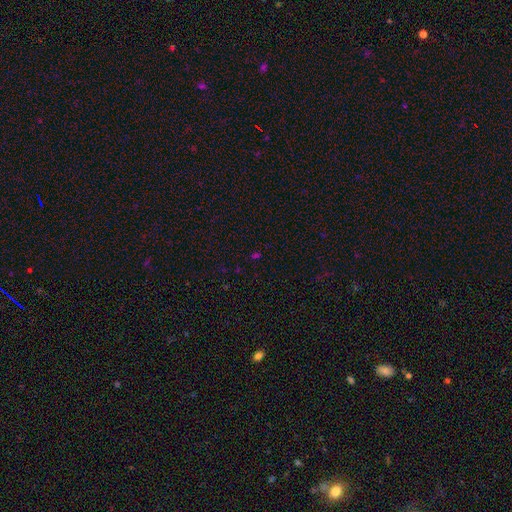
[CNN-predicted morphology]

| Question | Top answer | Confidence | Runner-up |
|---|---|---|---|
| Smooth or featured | star or artifact | 55% | smooth (38%) |